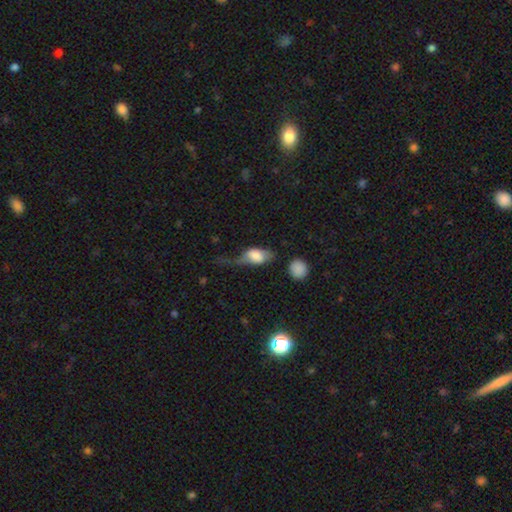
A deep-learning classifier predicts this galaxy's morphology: A smooth galaxy with no disk features (63%) that is in between round and cigar-shaped (83%).

Vote fractions:
- Smooth or featured? smooth: 63% / featured or disk: 29% / star or artifact: 8%
- How rounded? in between: 83% / round: 11% / cigar-shaped: 6%
- Merging? major disturbance: 51% / minor disturbance: 22% / none: 21% / merger: 7%